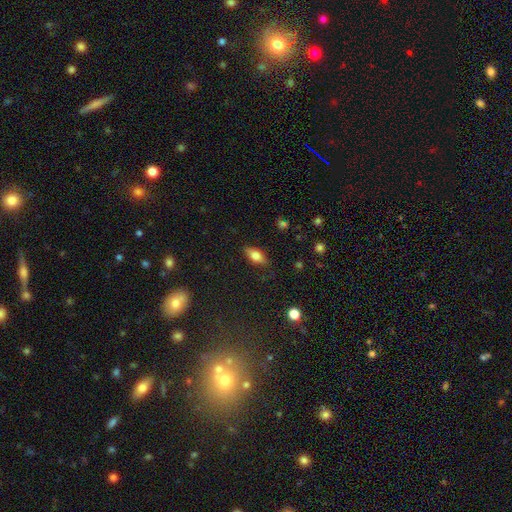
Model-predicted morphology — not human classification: smooth 71%, featured or disk 21%, star or artifact 8%. Down the decision tree: how rounded — in between (81%); merging — none (84%).